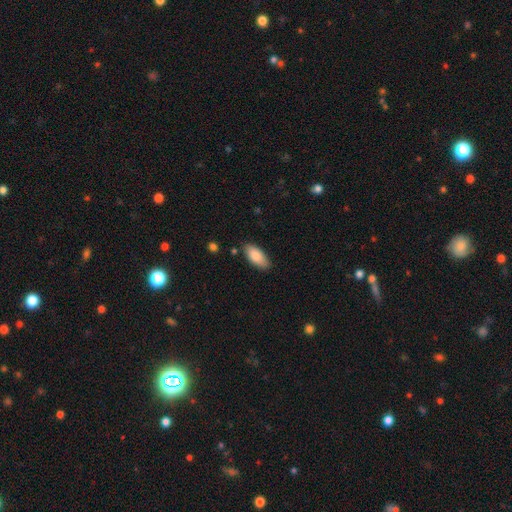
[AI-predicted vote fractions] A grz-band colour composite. It shows a smooth galaxy with no disk features (86%) that is in between round and cigar-shaped (88%). Merging: none (82%).